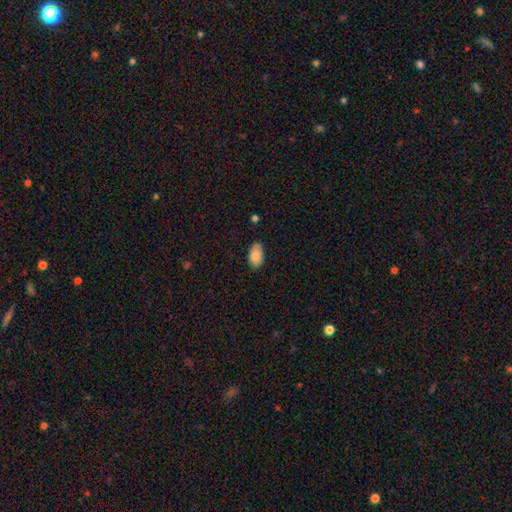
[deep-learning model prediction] This appears to be a smooth galaxy with no disk features (87%) that is in between round and cigar-shaped (94%). Merging: none (80%).